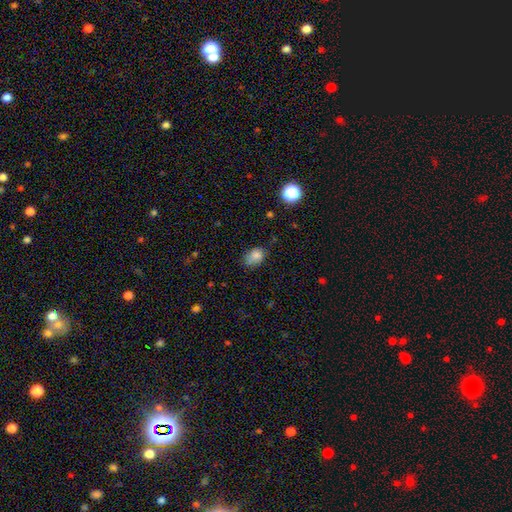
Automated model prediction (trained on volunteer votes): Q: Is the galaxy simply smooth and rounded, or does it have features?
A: smooth — 81%.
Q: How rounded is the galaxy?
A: in between — 70%.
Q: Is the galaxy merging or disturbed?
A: none — 56%.